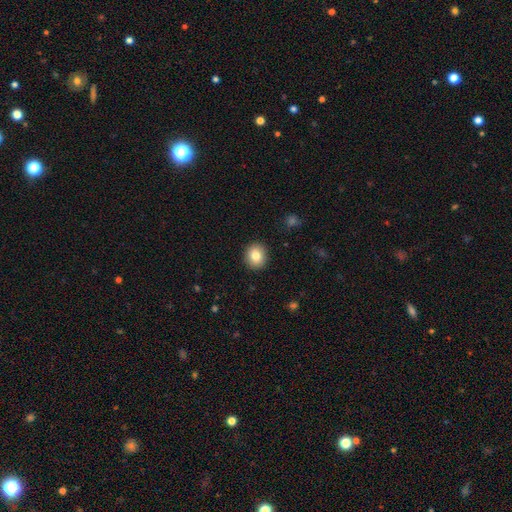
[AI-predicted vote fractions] Smooth or featured?
  - smooth: 83% *
  - star or artifact: 9%
  - featured or disk: 8%
How rounded?
  - round: 77% *
  - in between: 22%
  - cigar-shaped: 1%
Merging?
  - none: 91% *
  - minor disturbance: 6%
  - major disturbance: 2%
  - merger: 1%